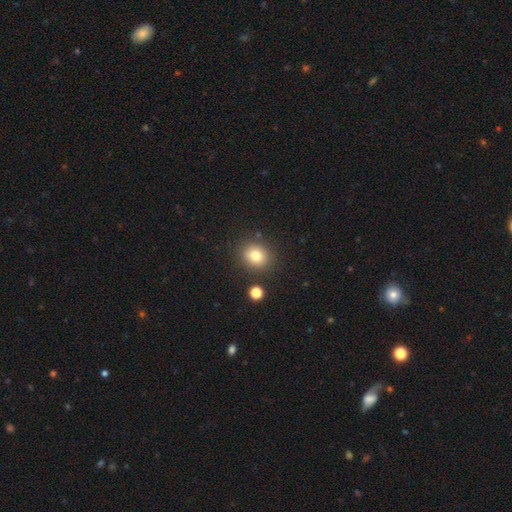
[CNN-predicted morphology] This appears to be a smooth galaxy with no disk features (79%) that is round (76%). Merging: none (83%).